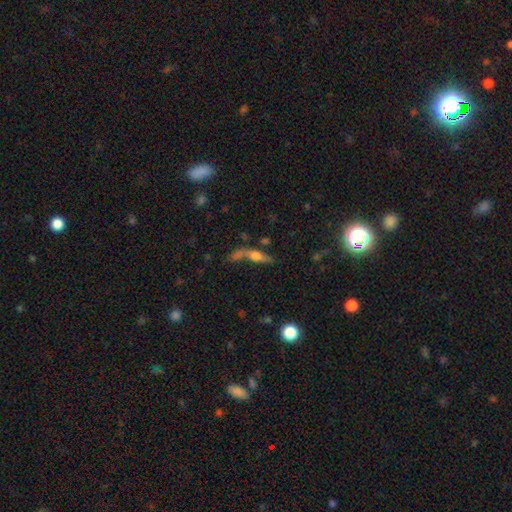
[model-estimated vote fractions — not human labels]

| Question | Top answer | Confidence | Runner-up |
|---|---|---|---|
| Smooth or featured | featured or disk | 48% | smooth (40%) |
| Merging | none | 43% | major disturbance (21%) |